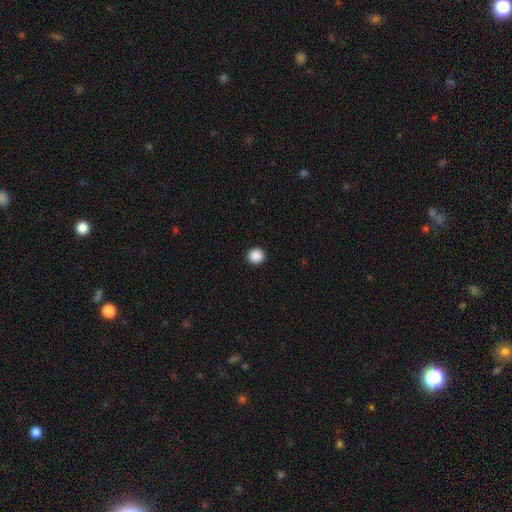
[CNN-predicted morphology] Smooth or featured?
  - smooth: 89% *
  - star or artifact: 9%
  - featured or disk: 2%
How rounded?
  - round: 87% *
  - in between: 12%
  - cigar-shaped: 1%
Merging?
  - none: 93% *
  - minor disturbance: 4%
  - major disturbance: 2%
  - merger: 1%